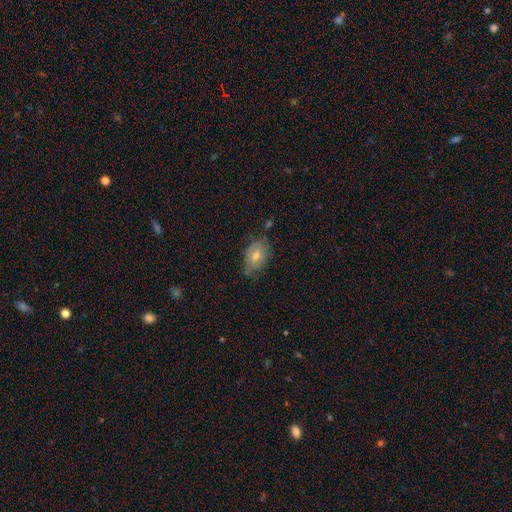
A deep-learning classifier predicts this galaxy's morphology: Smooth or featured? Predicted: smooth (p=0.49). Merging? Predicted: none (p=0.70).